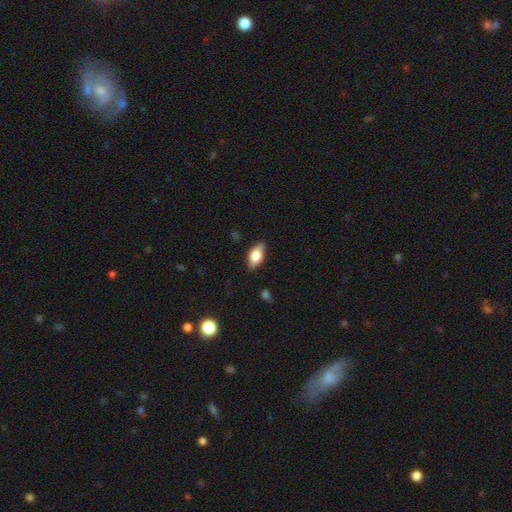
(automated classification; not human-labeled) A smooth galaxy with no disk features (74%) that is in between round and cigar-shaped (88%).

Vote fractions:
- Smooth or featured? smooth: 74% / featured or disk: 19% / star or artifact: 7%
- How rounded? in between: 88% / cigar-shaped: 8% / round: 4%
- Merging? none: 83% / minor disturbance: 13% / major disturbance: 3% / merger: 1%